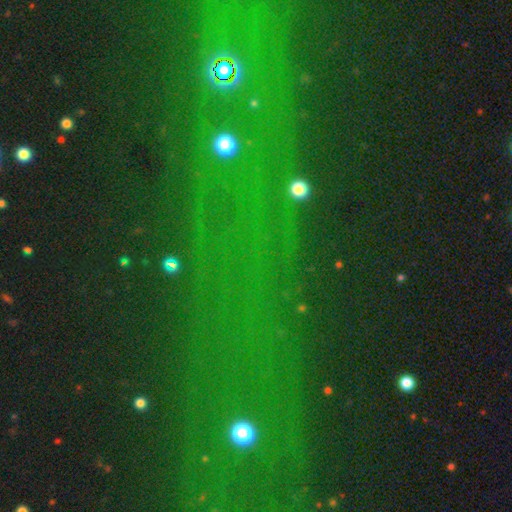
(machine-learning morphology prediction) A star or artifact, not a galaxy (75%).

Vote fractions:
- Smooth or featured? star or artifact: 75% / smooth: 16% / featured or disk: 9%